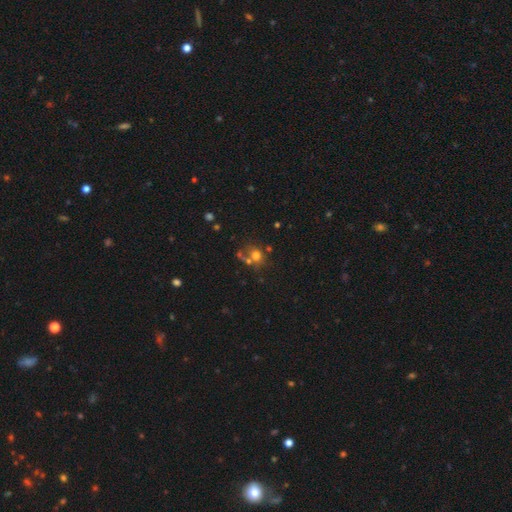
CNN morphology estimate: smooth 65%, star or artifact 18%, featured or disk 17%. Down the decision tree: how rounded — round (73%); merging — none (44%).